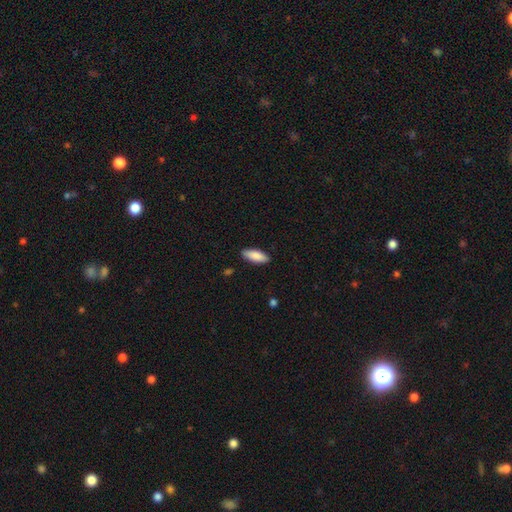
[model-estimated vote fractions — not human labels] Q: Smooth or featured?
A: smooth (87%); runner-up: featured or disk (7%)
Q: How rounded?
A: in between (73%); runner-up: cigar-shaped (26%)
Q: Merging?
A: none (89%); runner-up: minor disturbance (9%)